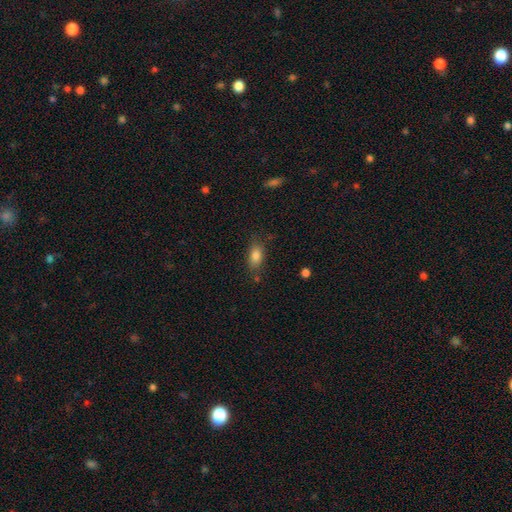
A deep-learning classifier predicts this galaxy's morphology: smooth-or-featured: smooth: 83% | star or artifact: 9% | featured or disk: 8%
  how-rounded: in between: 83% | round: 11% | cigar-shaped: 5%
  merging: none: 76% | minor disturbance: 16% | major disturbance: 5% | merger: 4%